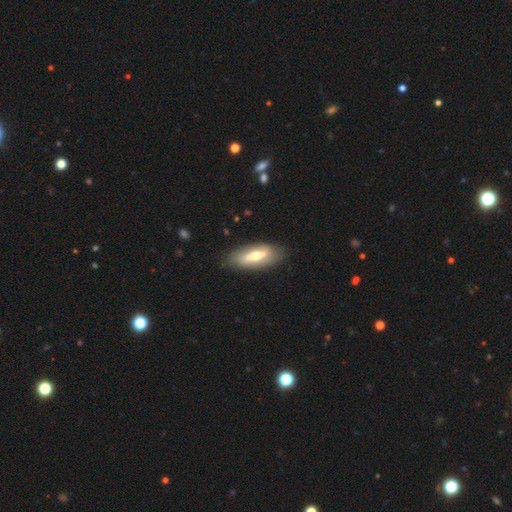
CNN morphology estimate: This appears to be a featured or disk galaxy (55%). Merging: none (82%).